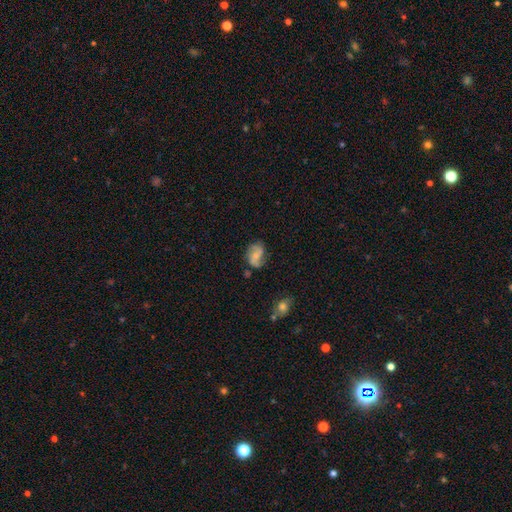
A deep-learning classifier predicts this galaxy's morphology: This appears to be a featured or disk galaxy (60%) with no bar (52%), 2 (83%) loose (44%) spiral arms (89%) and a small central bulge (50%). Merging: none (63%).